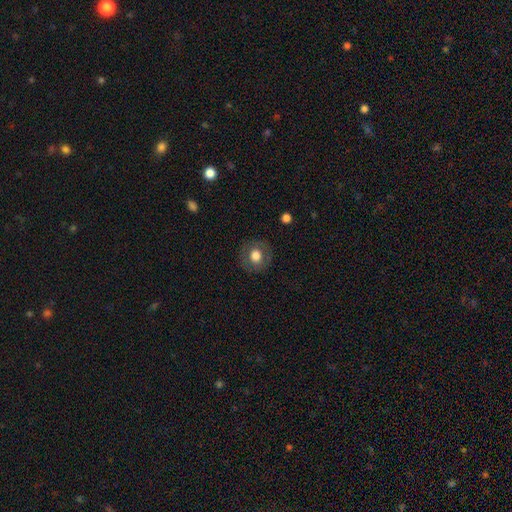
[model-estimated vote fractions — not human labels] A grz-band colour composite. It shows a smooth galaxy with no disk features (71%) that is round (88%). Merging: none (87%).